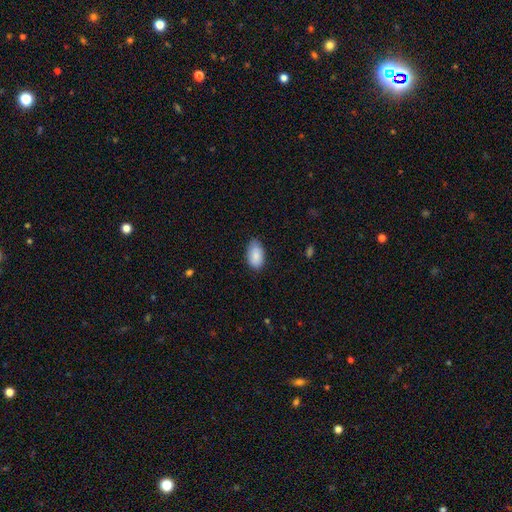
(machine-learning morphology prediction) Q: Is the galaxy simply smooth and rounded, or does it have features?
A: smooth — 87%.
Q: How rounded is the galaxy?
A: in between — 94%.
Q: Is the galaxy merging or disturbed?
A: none — 74%.